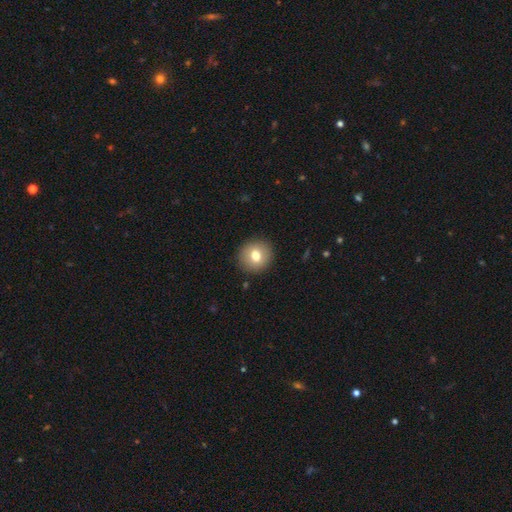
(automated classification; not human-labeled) The model was most divided on "smooth or featured": smooth: 75%, featured or disk: 16%, star or artifact: 9%. More confident: merging — none (91%); how rounded — round (90%).